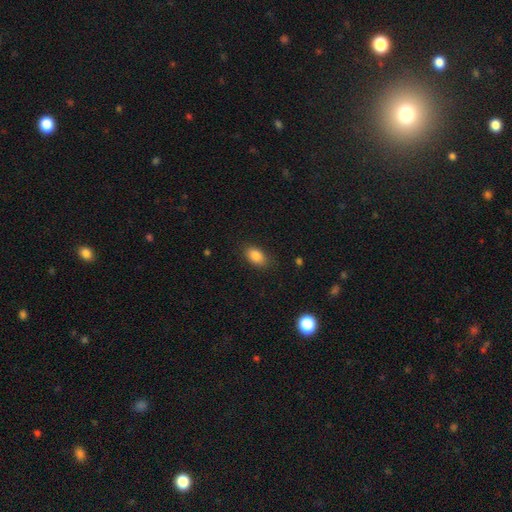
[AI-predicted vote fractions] Morphology: type=smooth (86%); roundness=in between (88%); merging=none (84%).